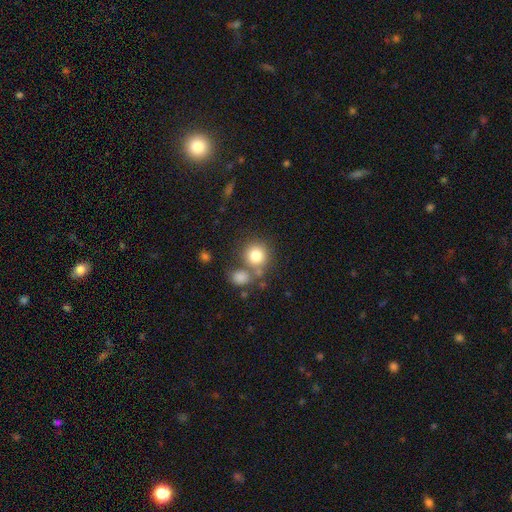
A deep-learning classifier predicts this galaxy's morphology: A smooth galaxy with no disk features (80%) that is round (88%).

Vote fractions:
- Smooth or featured? smooth: 80% / star or artifact: 10% / featured or disk: 10%
- How rounded? round: 88% / in between: 11% / cigar-shaped: 1%
- Merging? none: 60% / merger: 25% / minor disturbance: 11% / major disturbance: 5%